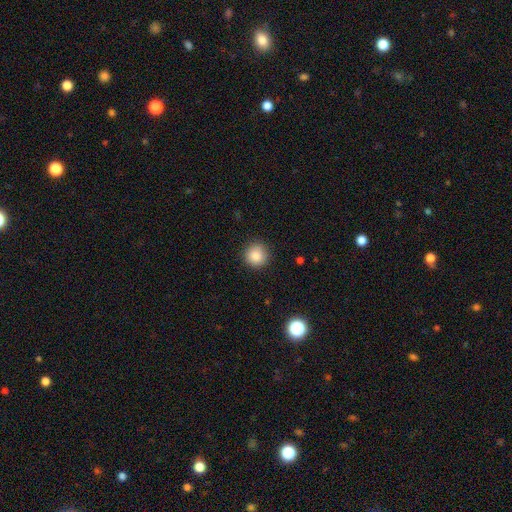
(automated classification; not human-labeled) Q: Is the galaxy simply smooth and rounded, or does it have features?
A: smooth — 86%.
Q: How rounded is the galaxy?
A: round — 94%.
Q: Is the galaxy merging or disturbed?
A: none — 90%.